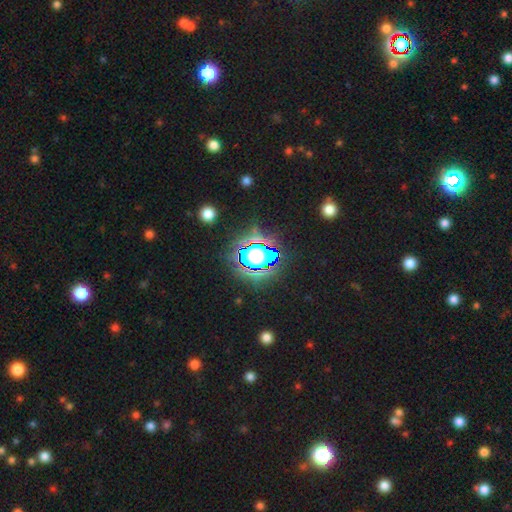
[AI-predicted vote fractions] This appears to be a star or artifact, not a galaxy (61%).